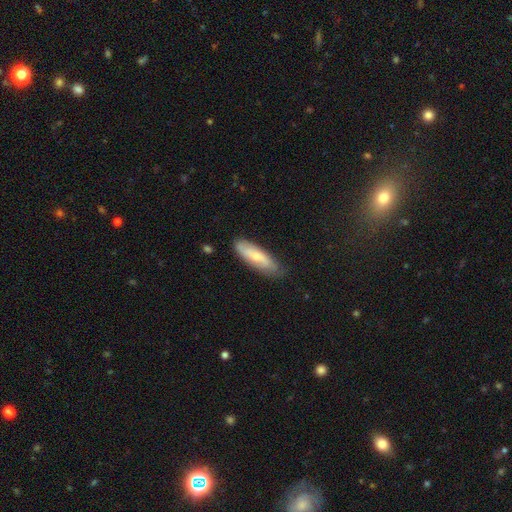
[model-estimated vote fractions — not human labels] Morphology: type=smooth (56%); roundness=cigar-shaped (51%); merging=none (79%).